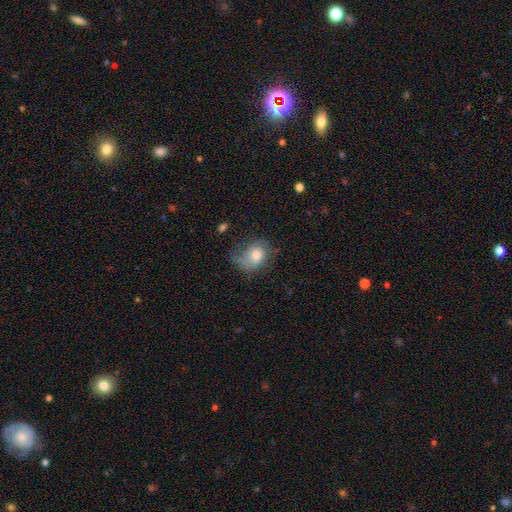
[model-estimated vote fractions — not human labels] Smooth or featured: smooth — 56% (featured or disk — 35%)
How rounded: in between — 57% (round — 42%)
Merging: none — 44% (minor disturbance — 32%)